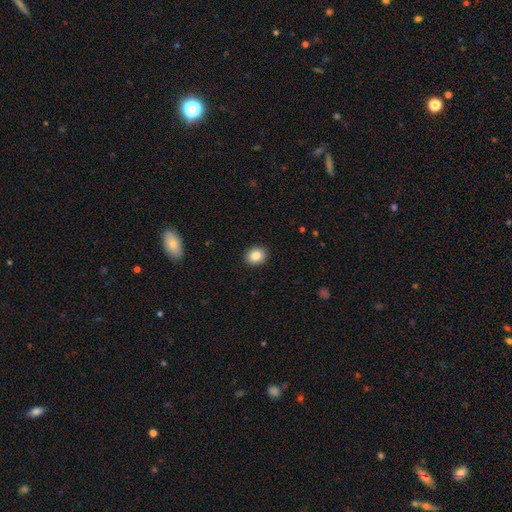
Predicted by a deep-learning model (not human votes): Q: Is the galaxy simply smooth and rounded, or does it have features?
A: smooth — 86%.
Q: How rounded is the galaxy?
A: round — 58%.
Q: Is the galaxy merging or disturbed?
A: none — 91%.